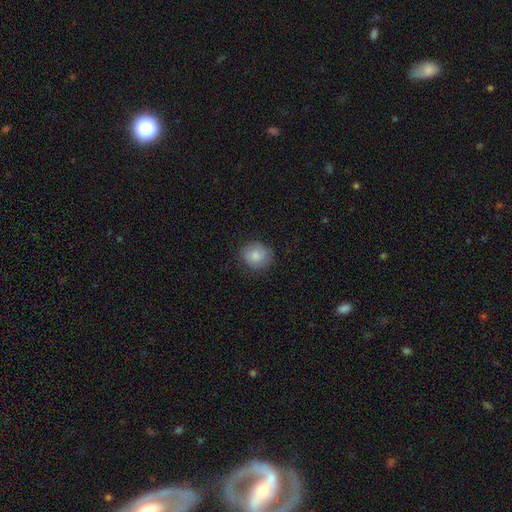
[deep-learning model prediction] A smooth galaxy with no disk features (82%) that is round (81%). Merging: none (81%).